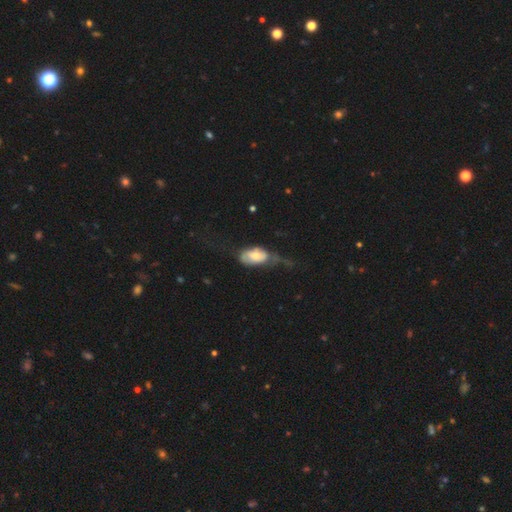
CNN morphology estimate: This is possibly a smooth galaxy (54%). How rounded: clearly in between (92%). Merging: marginally major disturbance (43%).